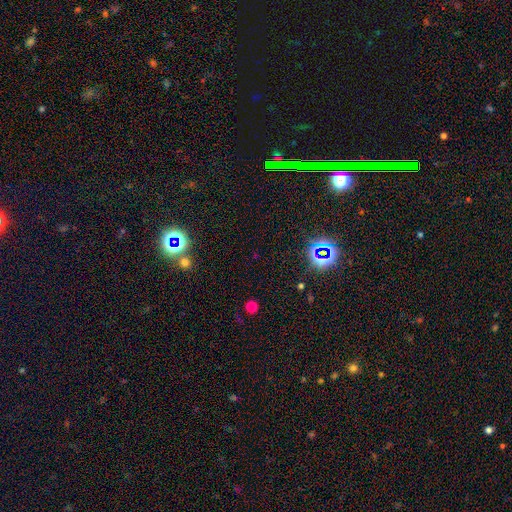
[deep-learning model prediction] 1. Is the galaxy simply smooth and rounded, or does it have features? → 70% star or artifact, 22% smooth, 8% featured or disk.